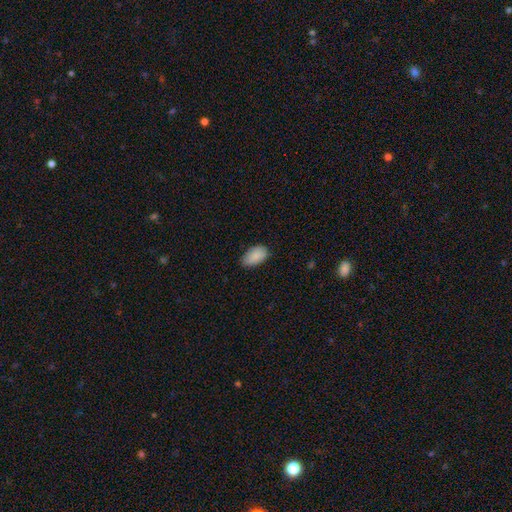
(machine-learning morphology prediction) Smooth or featured?
  - smooth: 86% *
  - featured or disk: 7%
  - star or artifact: 7%
How rounded?
  - in between: 94% *
  - round: 5%
  - cigar-shaped: 2%
Merging?
  - none: 76% *
  - minor disturbance: 19%
  - major disturbance: 3%
  - merger: 1%